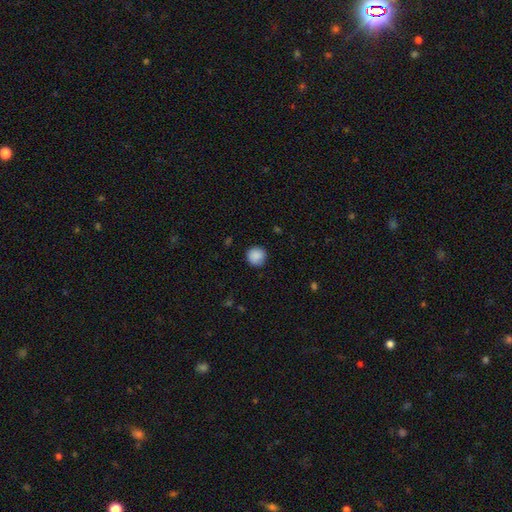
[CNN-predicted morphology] smooth_or_featured: smooth (p=0.89) [alt: star or artifact p=0.08]
how_rounded: round (p=0.94) [alt: in between p=0.05]
merging: none (p=0.89) [alt: minor disturbance p=0.08]